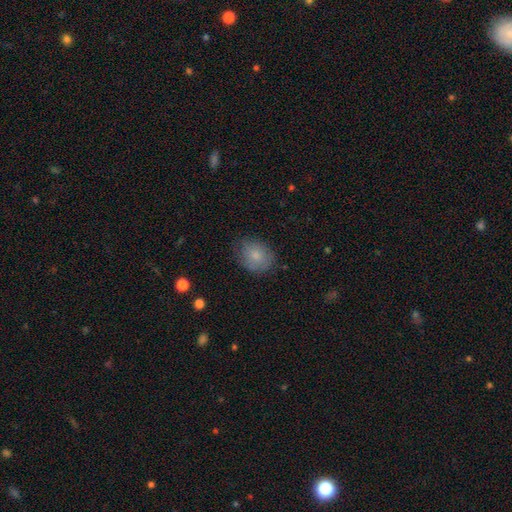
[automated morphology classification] Overall: smooth (79%). How rounded: round (51%; in between 48%). Merging: none (71%).